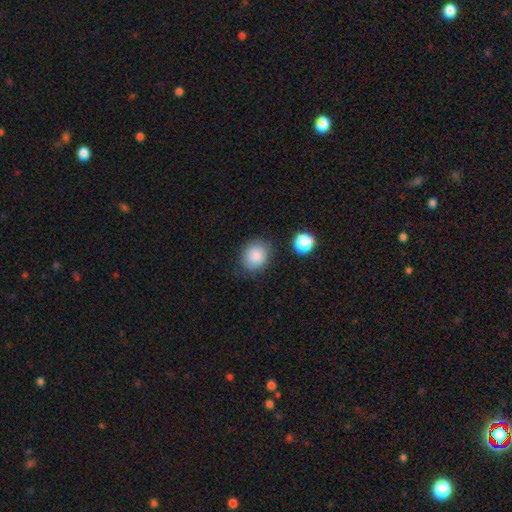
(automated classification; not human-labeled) Smooth or featured: smooth — 86% (star or artifact — 10%)
How rounded: round — 64% (in between — 35%)
Merging: none — 80% (minor disturbance — 13%)